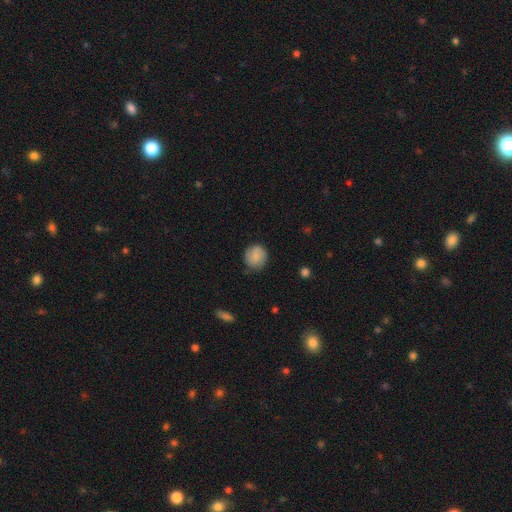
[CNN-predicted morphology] The model was most divided on "merging": none: 76%, minor disturbance: 19%, major disturbance: 4%, merger: 1%. More confident: how rounded — round (86%); smooth or featured — smooth (80%).